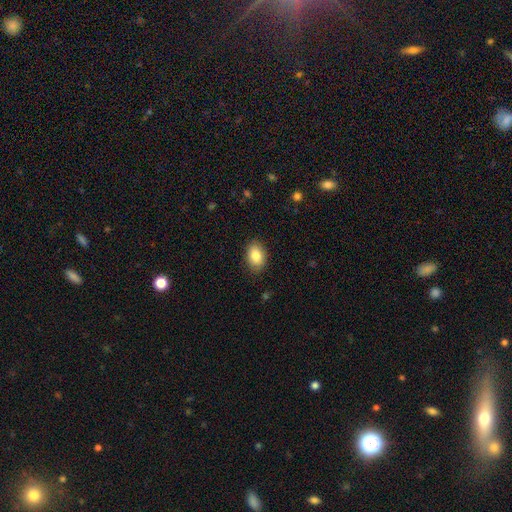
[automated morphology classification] A smooth galaxy with no disk features (85%) that is in between round and cigar-shaped (87%). Merging: none (87%).